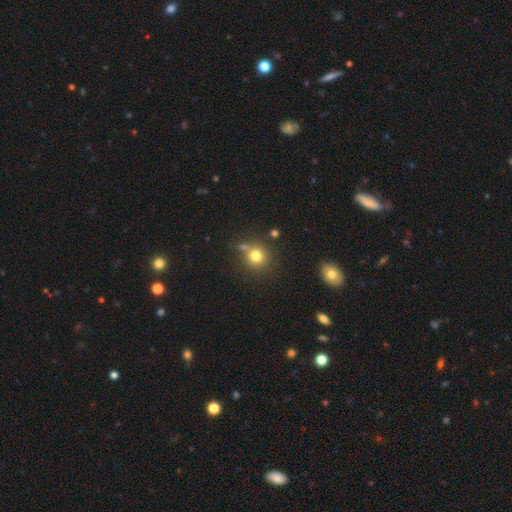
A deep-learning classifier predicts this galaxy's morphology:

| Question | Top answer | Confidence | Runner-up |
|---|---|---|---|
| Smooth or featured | smooth | 77% | star or artifact (14%) |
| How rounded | round | 90% | in between (9%) |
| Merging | none | 70% | merger (15%) |